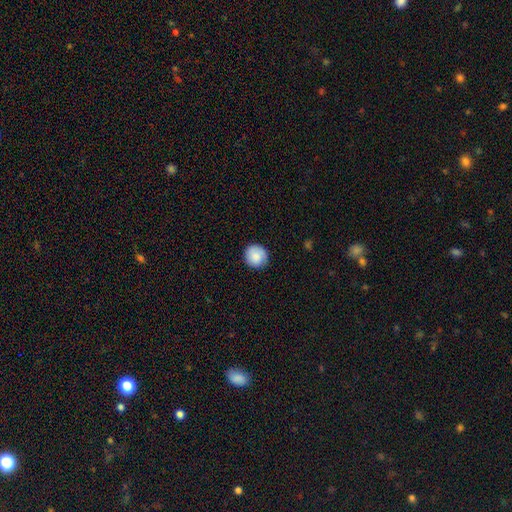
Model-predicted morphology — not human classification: The model was most divided on "smooth or featured": smooth: 86%, featured or disk: 7%, star or artifact: 7%. More confident: how rounded — round (94%); merging — none (88%).